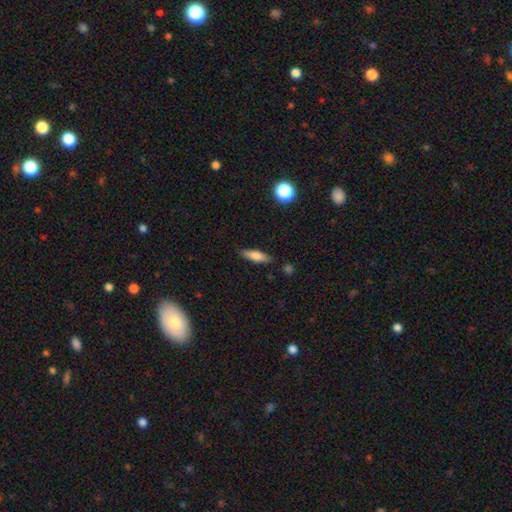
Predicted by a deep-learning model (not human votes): smooth_or_featured: smooth (p=0.72) [alt: featured or disk p=0.20]
how_rounded: cigar-shaped (p=0.53) [alt: in between p=0.45]
merging: none (p=0.84) [alt: minor disturbance p=0.11]